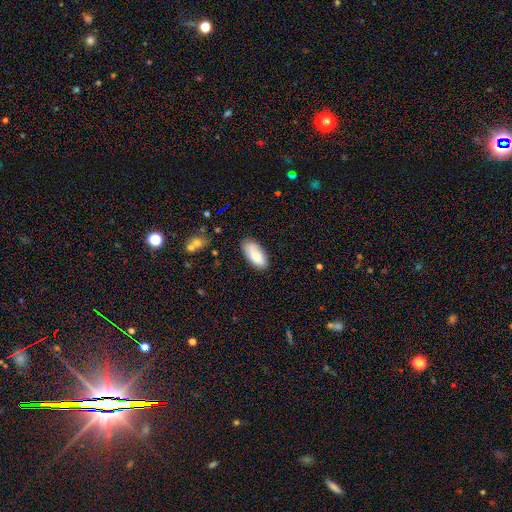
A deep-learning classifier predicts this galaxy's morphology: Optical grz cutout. It shows a smooth galaxy with no disk features (80%) that is in between round and cigar-shaped (89%). Merging: none (81%).